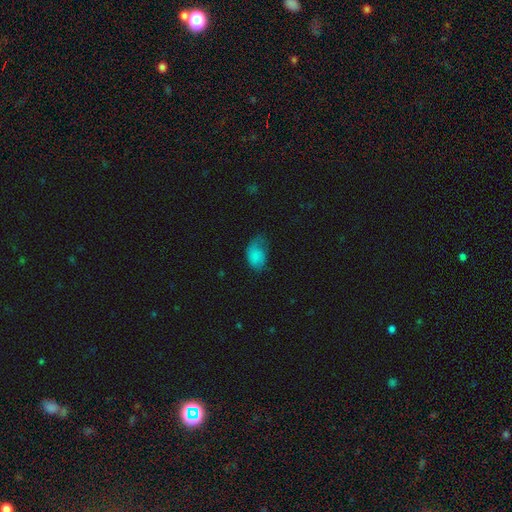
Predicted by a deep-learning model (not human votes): Overall: smooth (74%). How rounded: in between (88%). Merging: none (40%; minor disturbance 36%).